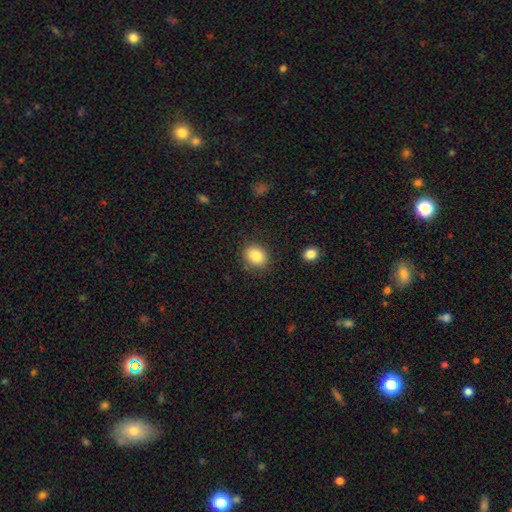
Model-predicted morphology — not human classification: Smooth or featured: smooth — 85% (star or artifact — 9%)
How rounded: round — 58% (in between — 41%)
Merging: none — 86% (minor disturbance — 9%)